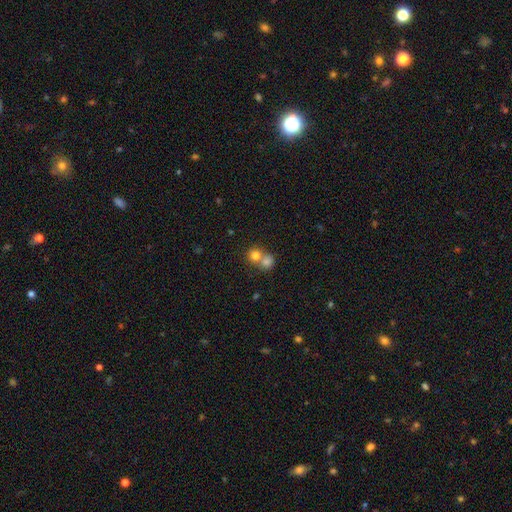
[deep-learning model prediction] A smooth galaxy with no disk features (77%) that is round (84%). Merging: merger (58%).